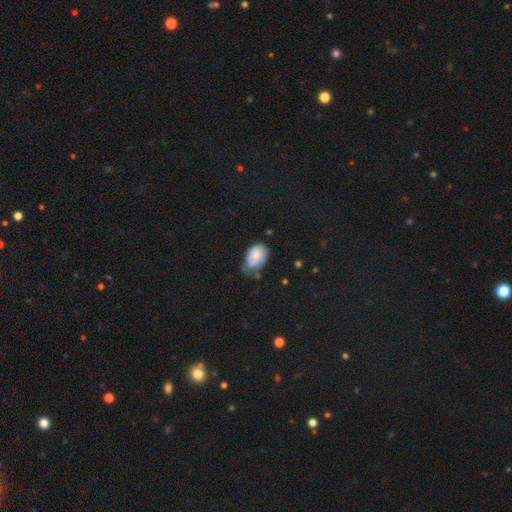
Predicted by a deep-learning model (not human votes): The model was most divided on "merging": minor disturbance: 44%, none: 40%, major disturbance: 11%, merger: 4%. More confident: how rounded — in between (86%); smooth or featured — smooth (71%).